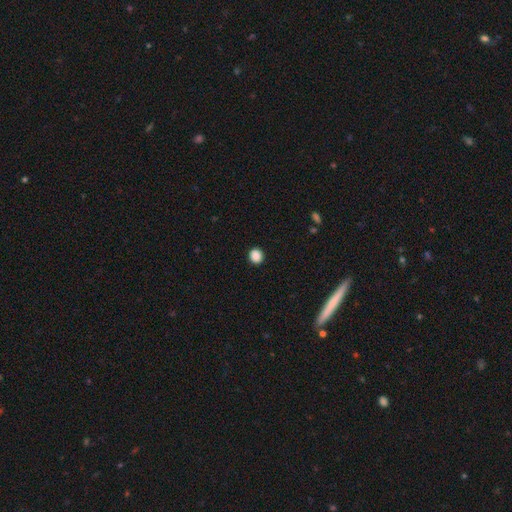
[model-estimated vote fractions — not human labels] Morphology: type=smooth (88%); roundness=round (85%); merging=none (91%).